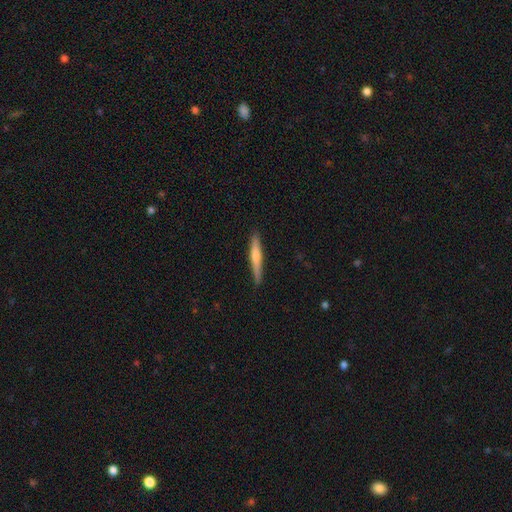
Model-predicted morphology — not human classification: A featured or disk galaxy (52%) viewed edge-on (97%) with a rounded central bulge (69%).

Vote fractions:
- Smooth or featured? featured or disk: 52% / smooth: 42% / star or artifact: 6%
- Edge-on disk? yes: 97% / no: 3%
- Edge-on bulge? rounded: 69% / none: 23% / boxy: 8%
- Merging? none: 90% / minor disturbance: 8% / major disturbance: 1% / merger: 1%